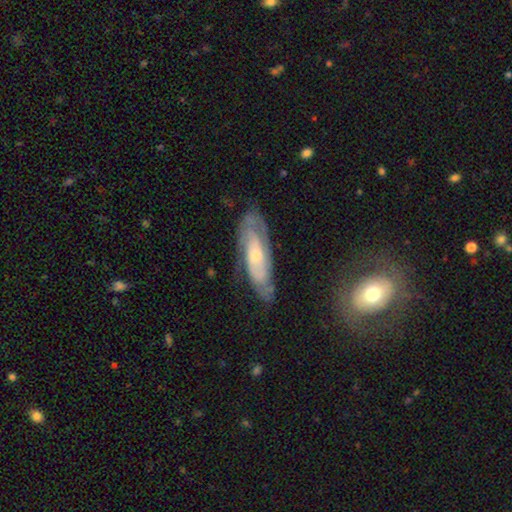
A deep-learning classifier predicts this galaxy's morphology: smooth_or_featured: featured or disk (p=0.72) [alt: smooth p=0.22]
disk_edge_on: no (p=0.80) [alt: yes p=0.20]
bar: no (p=0.65) [alt: weak p=0.28]
has_spiral_arms: yes (p=0.85) [alt: no p=0.15]
bulge_size: small (p=0.47) [alt: moderate p=0.46]
merging: none (p=0.70) [alt: minor disturbance p=0.21]